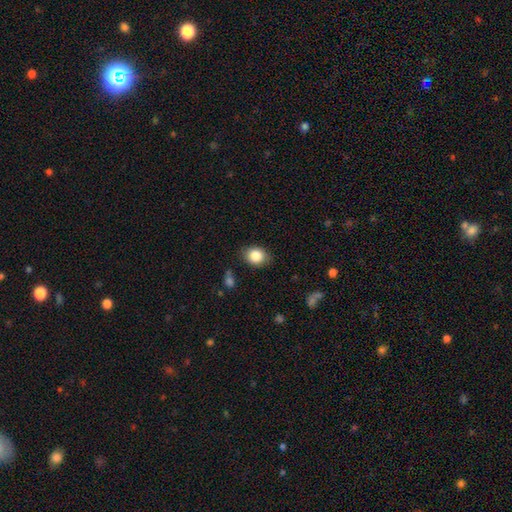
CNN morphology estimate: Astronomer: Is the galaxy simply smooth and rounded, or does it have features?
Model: smooth — 84%.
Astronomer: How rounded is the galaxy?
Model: in between — 52% (runner-up: round, 47%).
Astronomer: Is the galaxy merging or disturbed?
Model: none — 82%.